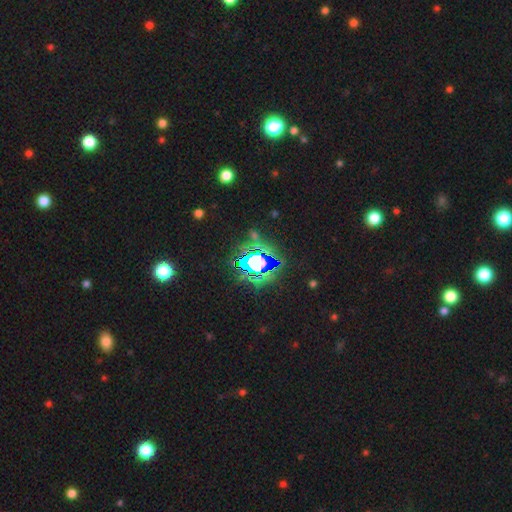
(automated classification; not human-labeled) Q: Smooth or featured?
A: star or artifact (82%); runner-up: smooth (11%)